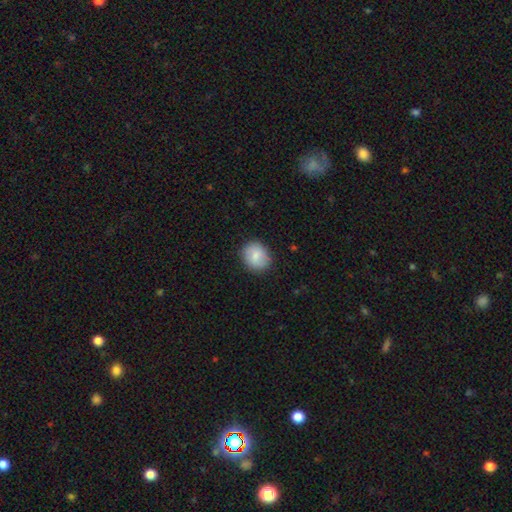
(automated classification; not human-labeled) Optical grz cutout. It shows a smooth galaxy with no disk features (80%) that is round (70%). Merging: none (82%).